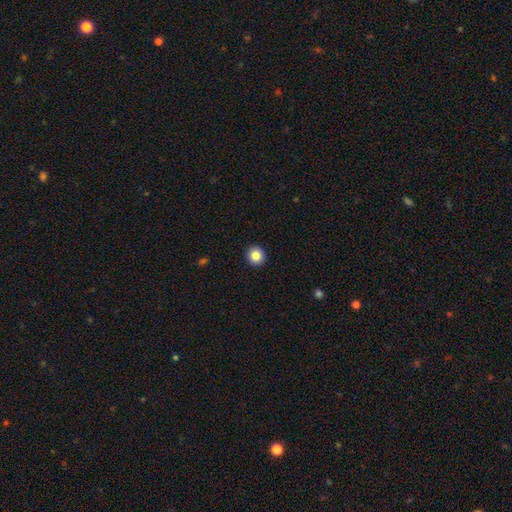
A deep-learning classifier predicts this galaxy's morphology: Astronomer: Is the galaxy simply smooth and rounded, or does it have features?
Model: smooth — 84%.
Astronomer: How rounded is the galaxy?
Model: round — 90%.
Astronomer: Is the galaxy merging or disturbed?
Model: none — 93%.